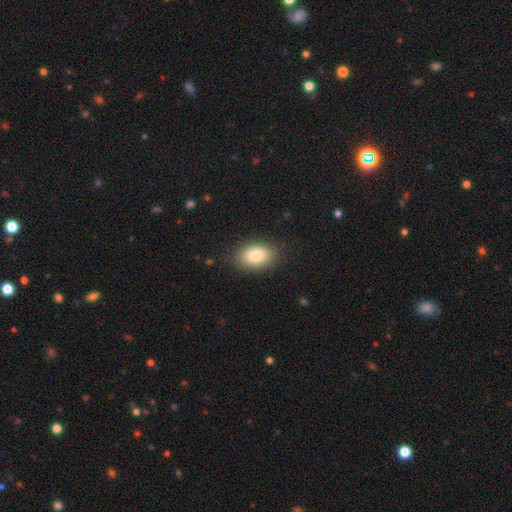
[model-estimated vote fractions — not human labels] Smooth or featured? smooth (83%)
How rounded? in between (87%)
Merging? none (85%)